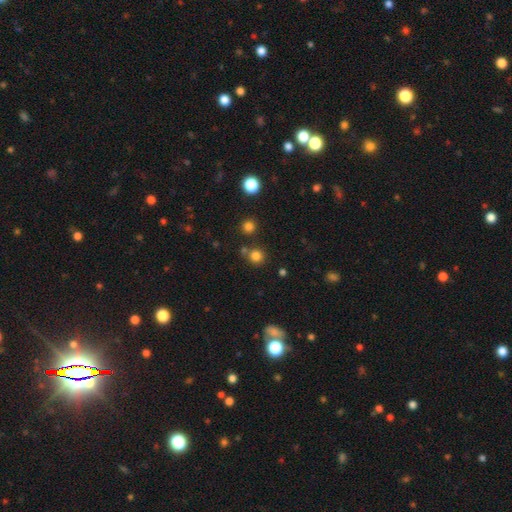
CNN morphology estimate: Q: Smooth or featured?
A: smooth (79%); runner-up: star or artifact (16%)
Q: How rounded?
A: round (91%); runner-up: in between (8%)
Q: Merging?
A: none (75%); runner-up: merger (14%)